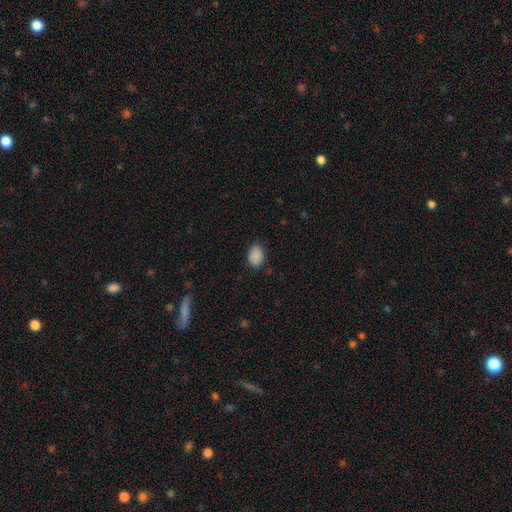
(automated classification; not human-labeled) This is clearly a smooth galaxy (89%). How rounded: clearly in between (81%). Merging: clearly none (83%).